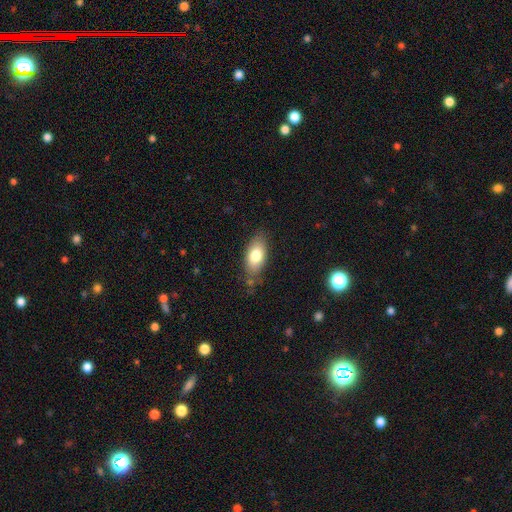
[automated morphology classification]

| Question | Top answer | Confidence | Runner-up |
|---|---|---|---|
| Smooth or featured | smooth | 77% | featured or disk (16%) |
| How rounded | in between | 90% | cigar-shaped (6%) |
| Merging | none | 77% | minor disturbance (16%) |